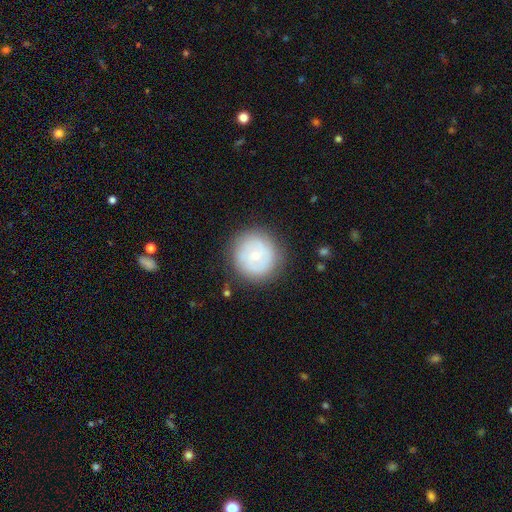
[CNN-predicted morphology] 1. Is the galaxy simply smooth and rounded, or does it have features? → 48% featured or disk, 45% smooth, 7% star or artifact.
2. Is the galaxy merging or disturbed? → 82% none, 12% minor disturbance, 5% major disturbance, 1% merger.